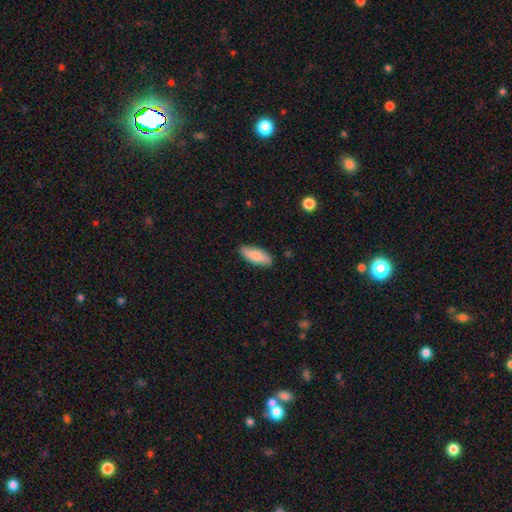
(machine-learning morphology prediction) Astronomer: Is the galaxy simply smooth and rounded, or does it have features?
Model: smooth — 84%.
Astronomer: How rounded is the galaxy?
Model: in between — 80%.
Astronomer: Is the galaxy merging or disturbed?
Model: none — 84%.